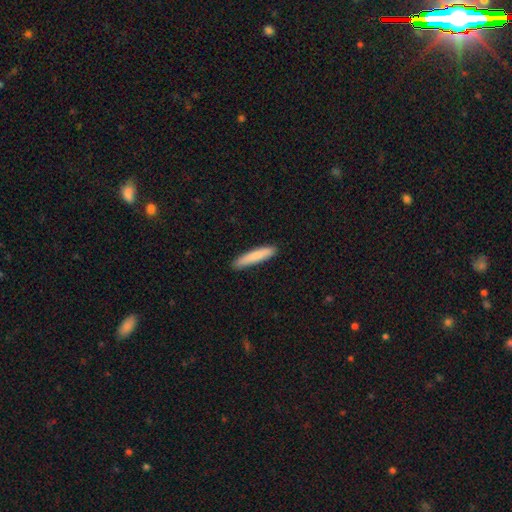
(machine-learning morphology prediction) Q: Smooth or featured?
A: smooth (81%); runner-up: featured or disk (14%)
Q: How rounded?
A: cigar-shaped (90%); runner-up: in between (9%)
Q: Merging?
A: none (87%); runner-up: minor disturbance (10%)